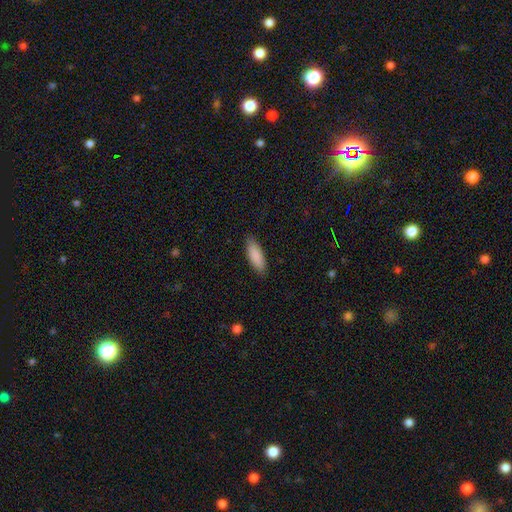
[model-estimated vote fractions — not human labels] Morphology: type=smooth (89%); roundness=in between (67%); merging=none (87%).